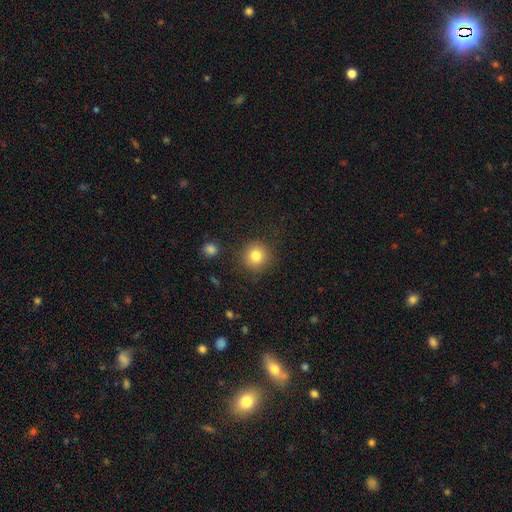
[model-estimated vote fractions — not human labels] A smooth galaxy with no disk features (81%) that is round (92%). Merging: none (87%).